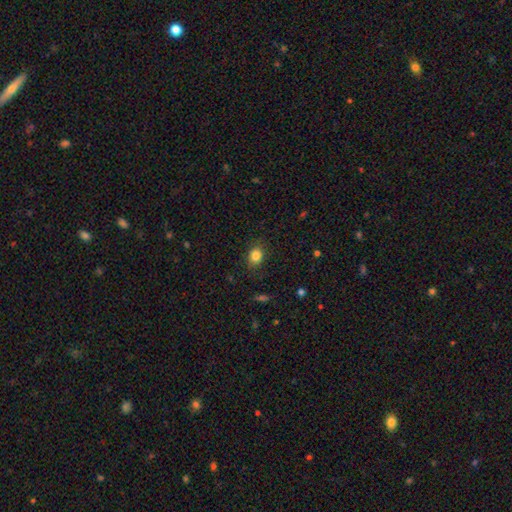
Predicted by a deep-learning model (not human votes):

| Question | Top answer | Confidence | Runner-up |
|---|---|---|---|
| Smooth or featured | smooth | 84% | star or artifact (11%) |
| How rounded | in between | 50% | round (49%) |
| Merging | none | 84% | minor disturbance (12%) |